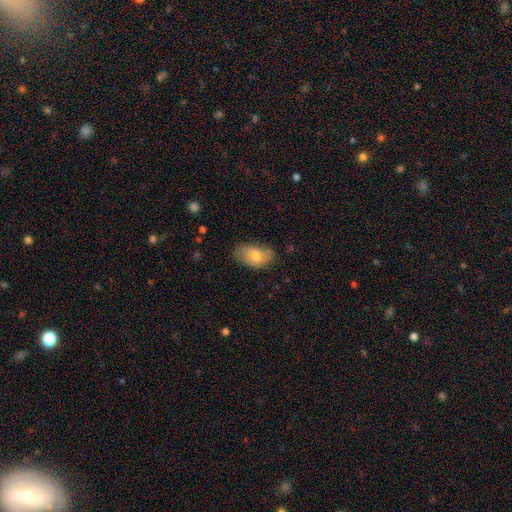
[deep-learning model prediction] smooth-or-featured: smooth: 65% | featured or disk: 27% | star or artifact: 7%
  how-rounded: in between: 92% | round: 7% | cigar-shaped: 2%
  merging: none: 67% | minor disturbance: 26% | major disturbance: 6% | merger: 1%